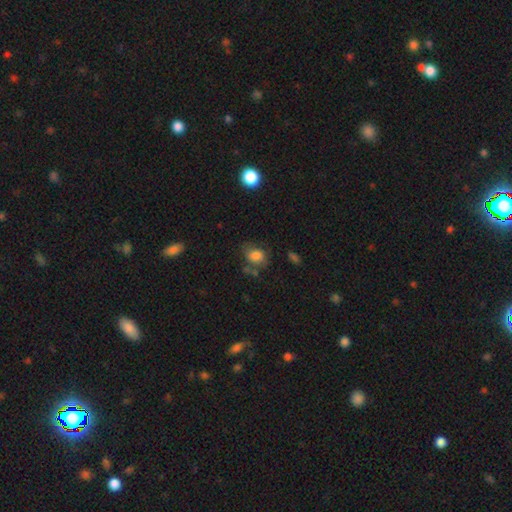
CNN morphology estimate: smooth_or_featured: smooth (p=0.77) [alt: featured or disk p=0.13]
how_rounded: in between (p=0.60) [alt: round p=0.39]
merging: none (p=0.52) [alt: minor disturbance p=0.25]